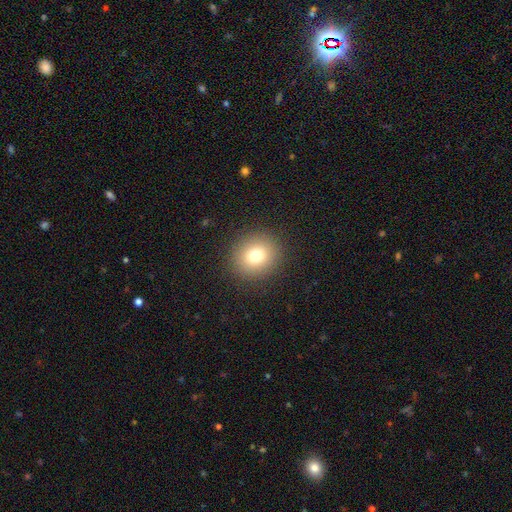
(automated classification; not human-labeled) This is likely a smooth galaxy (77%). How rounded: clearly round (87%). Merging: clearly none (90%).